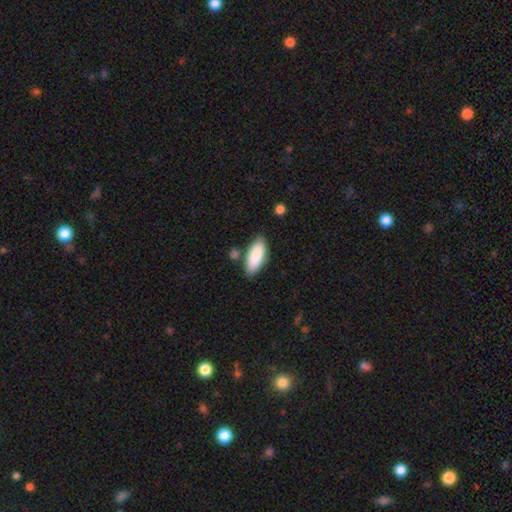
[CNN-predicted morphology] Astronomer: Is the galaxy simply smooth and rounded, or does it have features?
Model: smooth — 87%.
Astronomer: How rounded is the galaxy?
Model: in between — 77%.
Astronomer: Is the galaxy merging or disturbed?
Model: none — 78%.